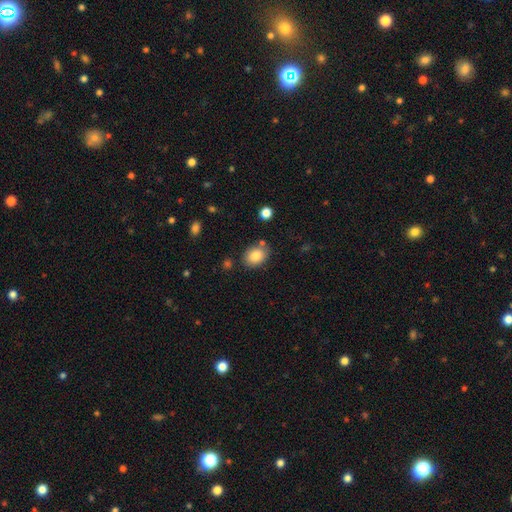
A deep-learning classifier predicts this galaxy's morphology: smooth 83%, featured or disk 9%, star or artifact 8%. Down the decision tree: how rounded — in between (70%); merging — none (77%).